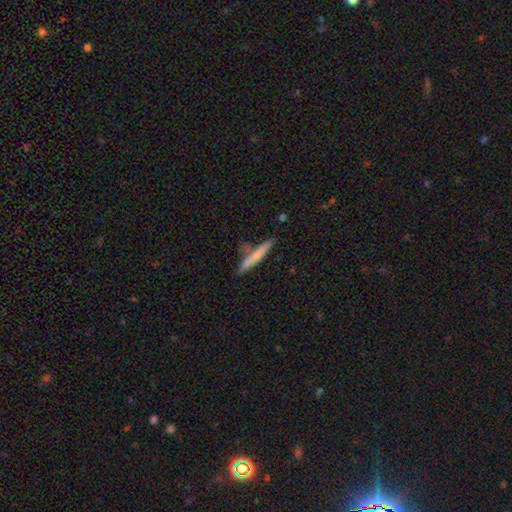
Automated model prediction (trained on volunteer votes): The model was most divided on "smooth or featured": smooth: 61%, featured or disk: 33%, star or artifact: 6%. More confident: how rounded — cigar-shaped (94%); merging — none (74%).